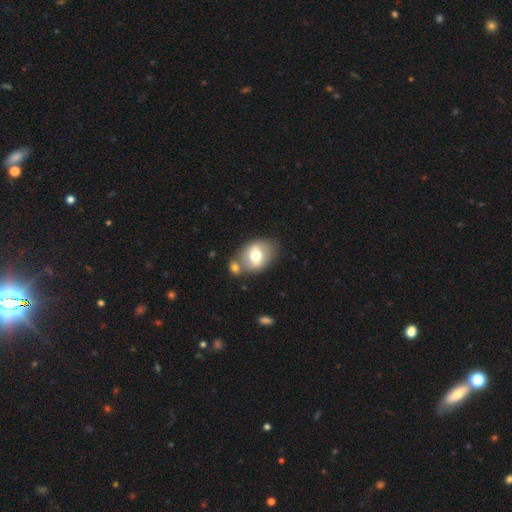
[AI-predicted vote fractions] smooth 59%, featured or disk 34%, star or artifact 8%. Down the decision tree: how rounded — in between (70%); merging — none (59%).